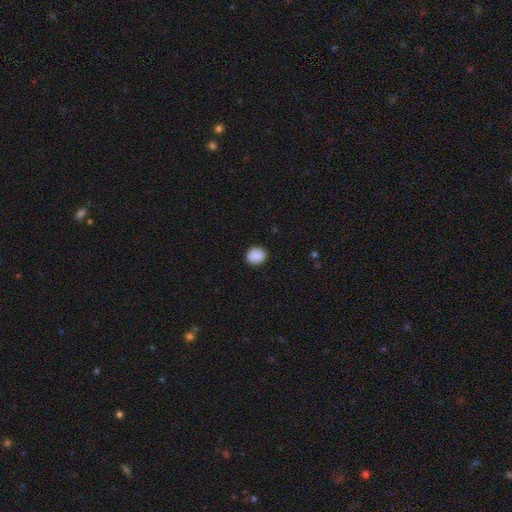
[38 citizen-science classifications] A smooth galaxy with no disk features (92%) that is round (77%). Merging: none (91%).